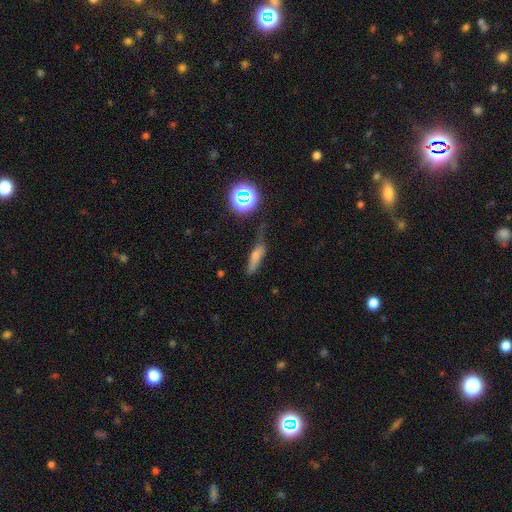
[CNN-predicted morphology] This is possibly a smooth galaxy (59%). How rounded: likely cigar-shaped (67%). Merging: possibly none (57%).